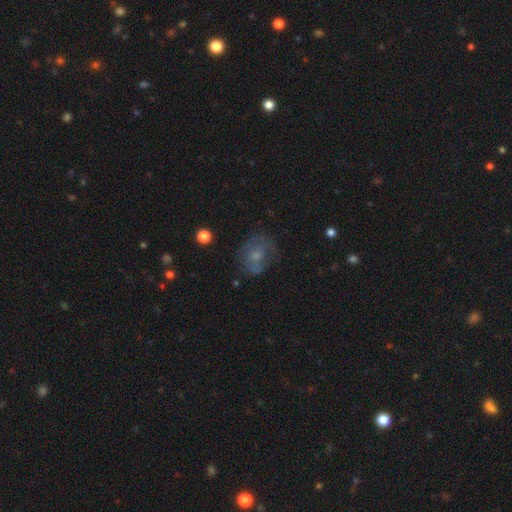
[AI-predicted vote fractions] smooth 44%, featured or disk 43%, star or artifact 13%. Down the decision tree: merging — none (57%).